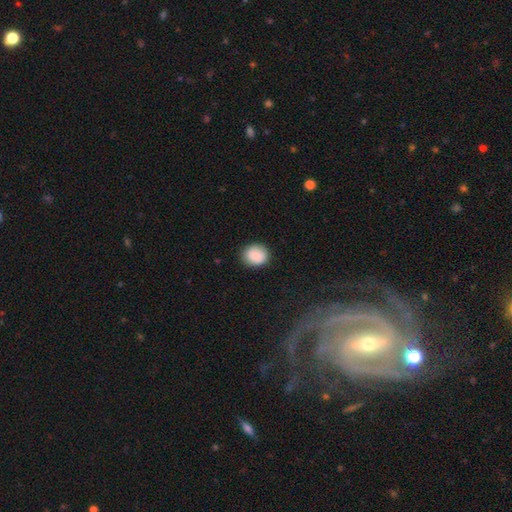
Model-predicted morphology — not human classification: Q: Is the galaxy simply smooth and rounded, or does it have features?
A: smooth — 87%.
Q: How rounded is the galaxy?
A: round — 70%.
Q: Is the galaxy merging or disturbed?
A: none — 88%.